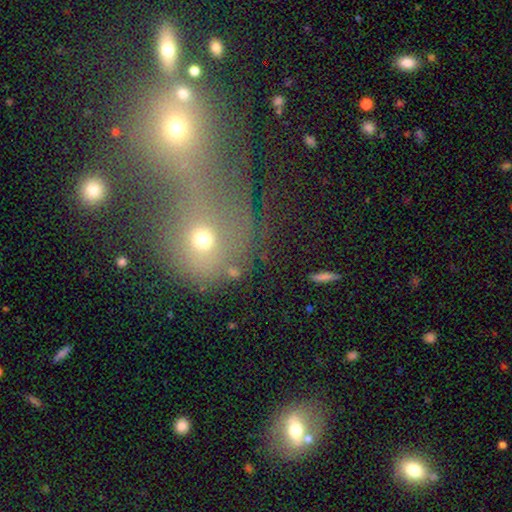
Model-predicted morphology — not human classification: smooth_or_featured: smooth (p=0.55) [alt: star or artifact p=0.30]
how_rounded: round (p=0.77) [alt: in between p=0.21]
merging: merger (p=0.59) [alt: none p=0.29]